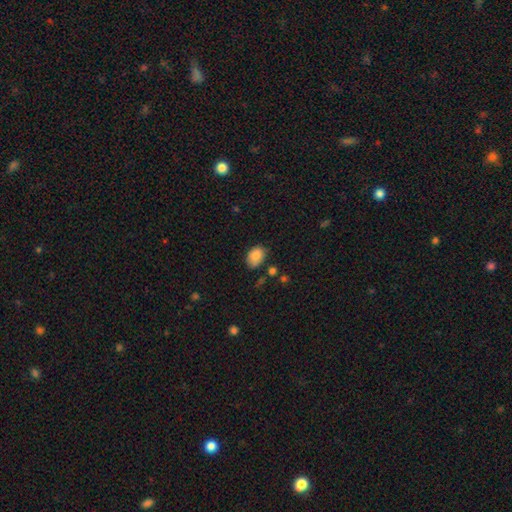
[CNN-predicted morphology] Smooth or featured: smooth — 85% (star or artifact — 8%)
How rounded: in between — 76% (round — 23%)
Merging: none — 70% (minor disturbance — 22%)